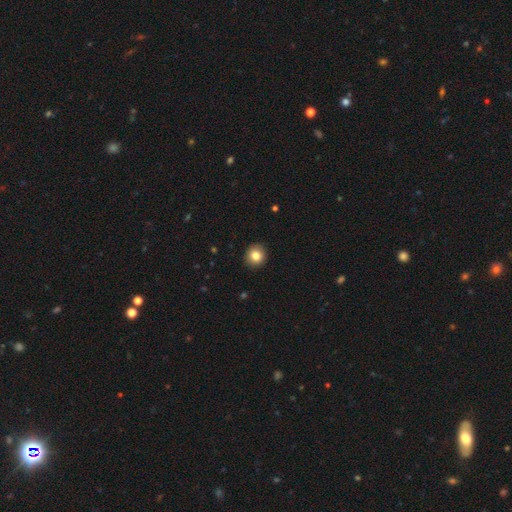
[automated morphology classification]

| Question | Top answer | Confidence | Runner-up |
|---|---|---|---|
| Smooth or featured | smooth | 84% | star or artifact (10%) |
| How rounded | round | 88% | in between (11%) |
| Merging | none | 91% | minor disturbance (6%) |